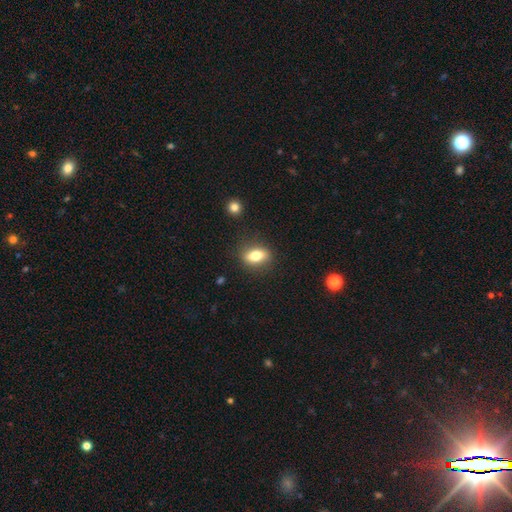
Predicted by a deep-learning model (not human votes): Morphology: type=smooth (74%); roundness=in between (77%); merging=none (83%).